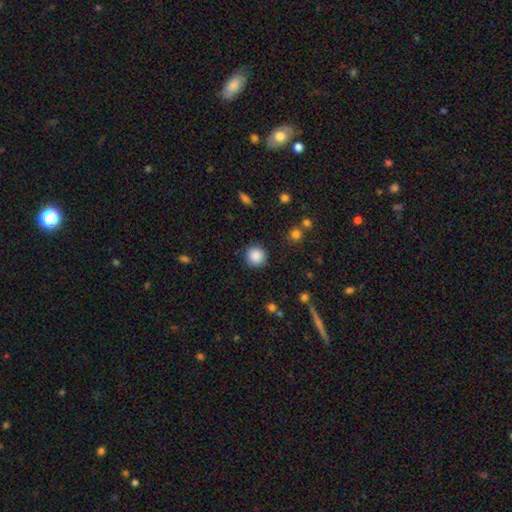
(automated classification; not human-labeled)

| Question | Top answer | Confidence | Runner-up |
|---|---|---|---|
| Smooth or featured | smooth | 87% | star or artifact (9%) |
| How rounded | round | 94% | in between (5%) |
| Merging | none | 90% | minor disturbance (6%) |